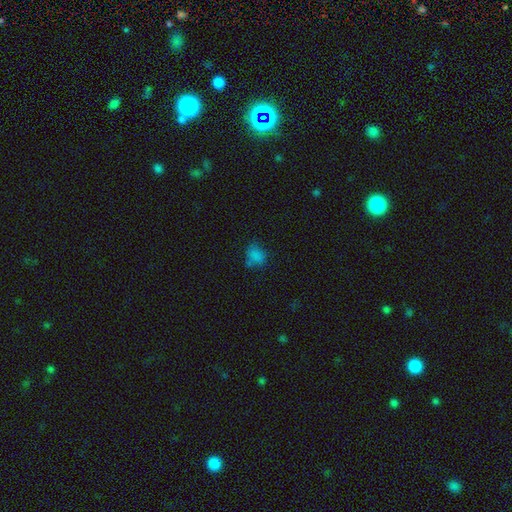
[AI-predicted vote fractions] smooth 77%, star or artifact 15%, featured or disk 8%. Down the decision tree: how rounded — in between (52%); merging — none (53%).